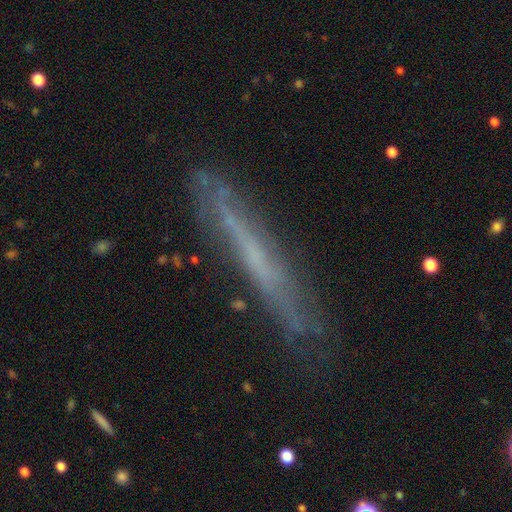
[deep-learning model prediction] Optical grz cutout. It shows a featured or disk galaxy (57%) viewed edge-on (87%). Merging: none (75%).